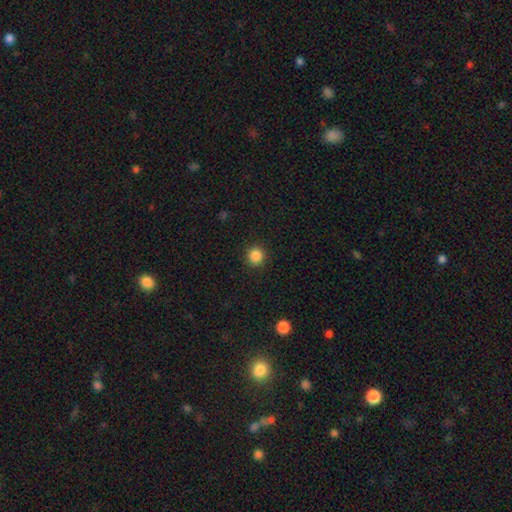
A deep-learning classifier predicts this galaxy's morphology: smooth_or_featured: smooth (p=0.86) [alt: star or artifact p=0.11]
how_rounded: round (p=0.93) [alt: in between p=0.06]
merging: none (p=0.92) [alt: minor disturbance p=0.05]